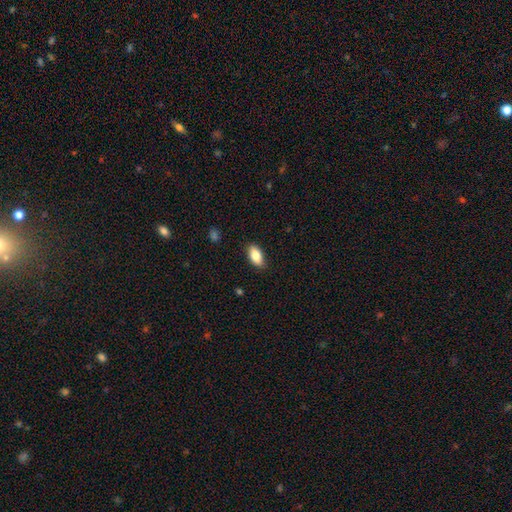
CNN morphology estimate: The model was most divided on "smooth or featured": smooth: 84%, featured or disk: 9%, star or artifact: 7%. More confident: how rounded — in between (90%); merging — none (86%).